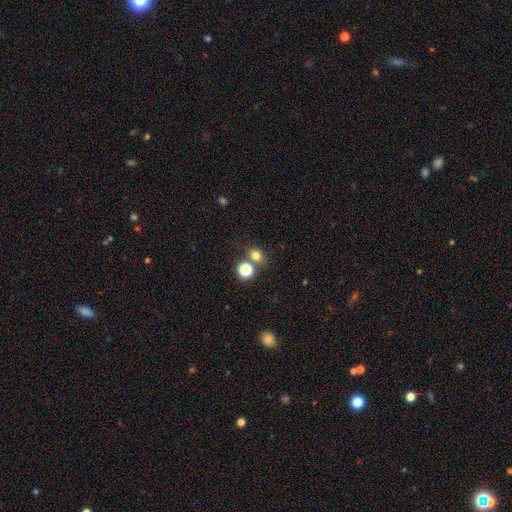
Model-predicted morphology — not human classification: This is likely a smooth galaxy (74%). How rounded: likely round (73%). Merging: likely none (64%).